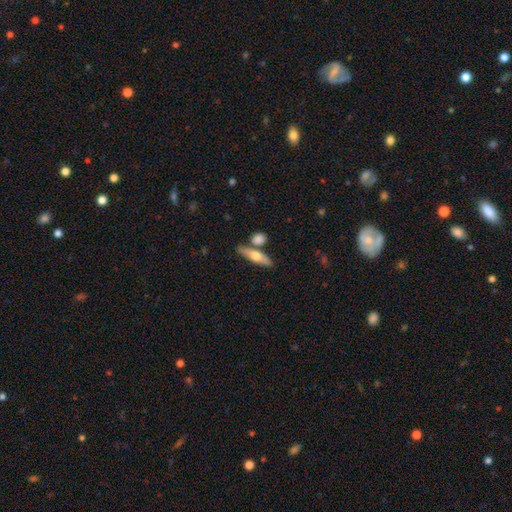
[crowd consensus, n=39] This is possibly a smooth galaxy (59%). How rounded: likely cigar-shaped (70%). Merging: likely none (68%).